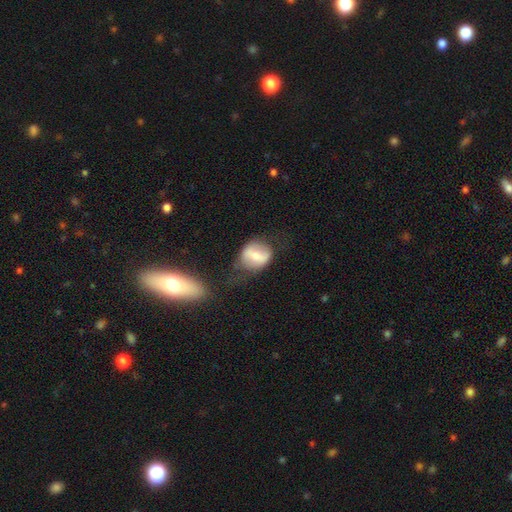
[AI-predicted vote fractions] Smooth or featured? smooth (52%)
How rounded? round (66%)
Merging? none (56%)